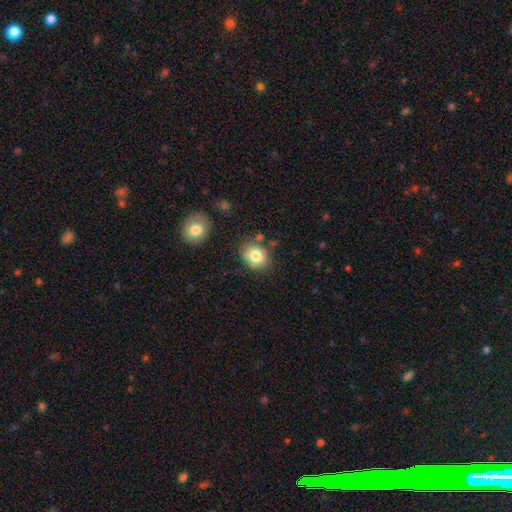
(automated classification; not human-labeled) Smooth or featured: smooth — 80% (featured or disk — 11%)
How rounded: round — 54% (in between — 45%)
Merging: none — 76% (minor disturbance — 15%)